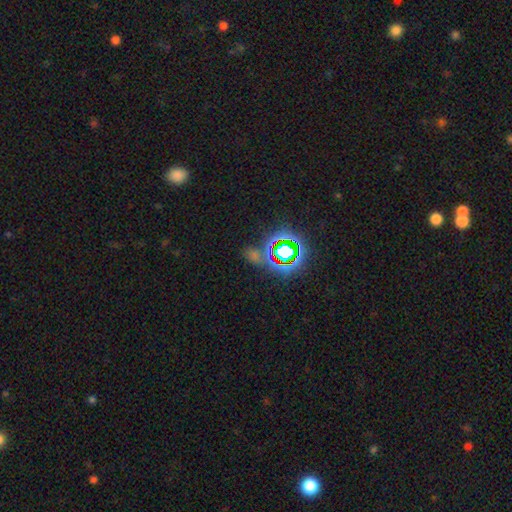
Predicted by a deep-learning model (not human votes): The model was most divided on "smooth or featured": star or artifact: 68%, smooth: 23%, featured or disk: 10%.